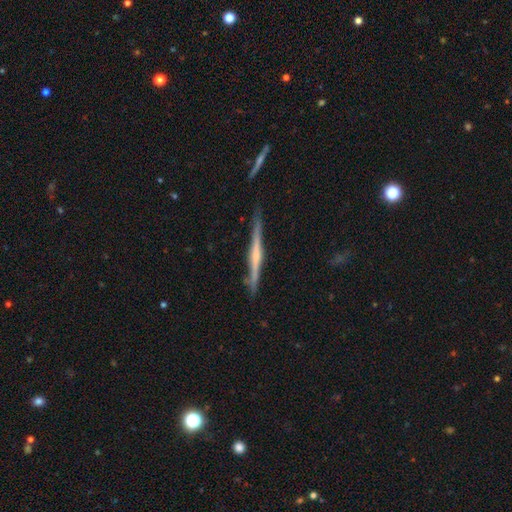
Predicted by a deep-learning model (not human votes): smooth_or_featured: featured or disk (p=0.74) [alt: smooth p=0.20]
disk_edge_on: yes (p=0.98) [alt: no p=0.02]
edge_on_bulge: rounded (p=0.56) [alt: none p=0.31]
merging: none (p=0.83) [alt: minor disturbance p=0.13]